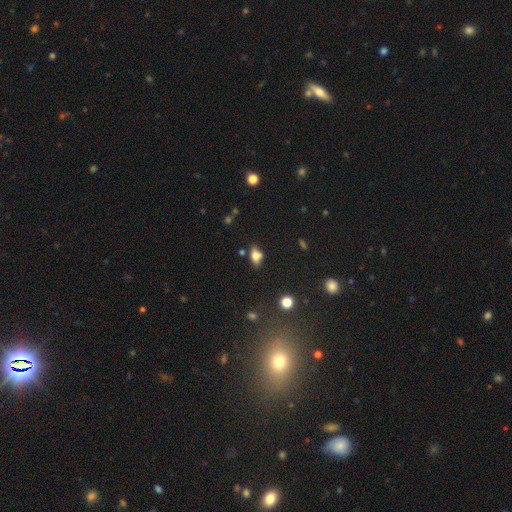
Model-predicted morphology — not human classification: This is likely a smooth galaxy (67%). How rounded: clearly in between (81%). Merging: possibly none (58%).